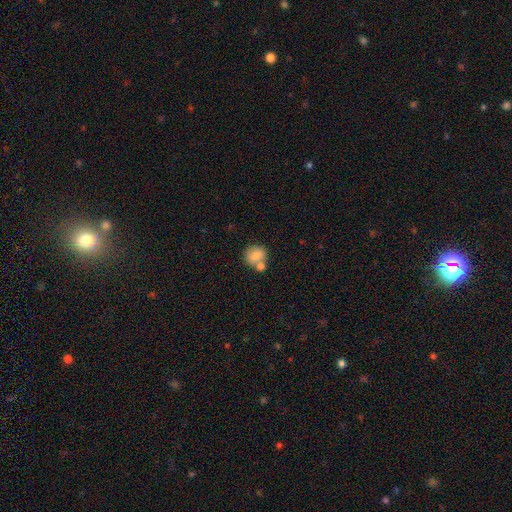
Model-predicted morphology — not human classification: Smooth or featured? smooth (80%)
How rounded? round (77%)
Merging? none (52%)